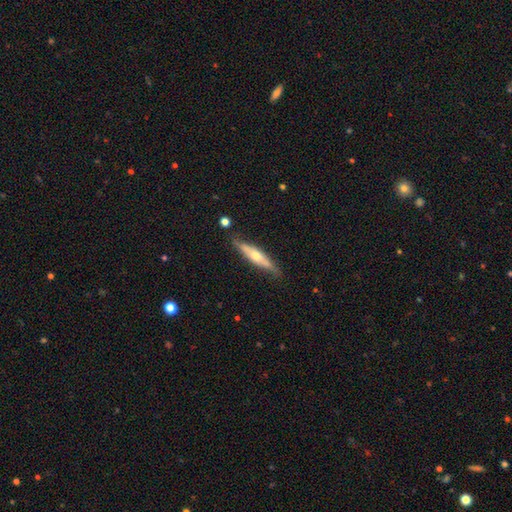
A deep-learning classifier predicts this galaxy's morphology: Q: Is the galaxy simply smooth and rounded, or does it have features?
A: featured or disk — 55%.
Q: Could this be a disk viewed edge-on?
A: yes — 85%.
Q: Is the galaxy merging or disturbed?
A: none — 78%.